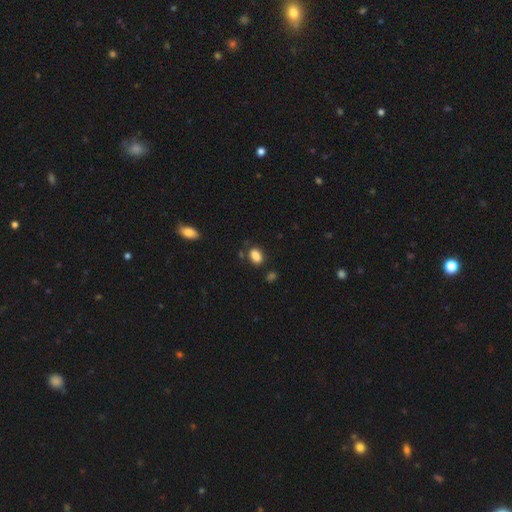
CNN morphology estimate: Smooth or featured? Predicted: smooth (p=0.86). How rounded? Predicted: in between (p=0.85). Merging? Predicted: none (p=0.79).